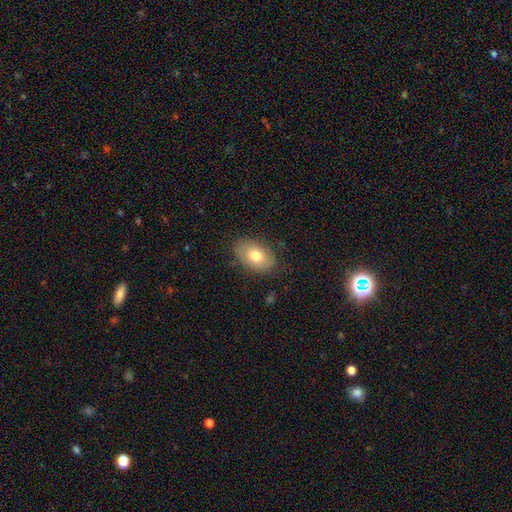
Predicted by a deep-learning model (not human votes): Q: Smooth or featured?
A: smooth (74%); runner-up: featured or disk (19%)
Q: How rounded?
A: in between (89%); runner-up: round (10%)
Q: Merging?
A: none (81%); runner-up: minor disturbance (15%)